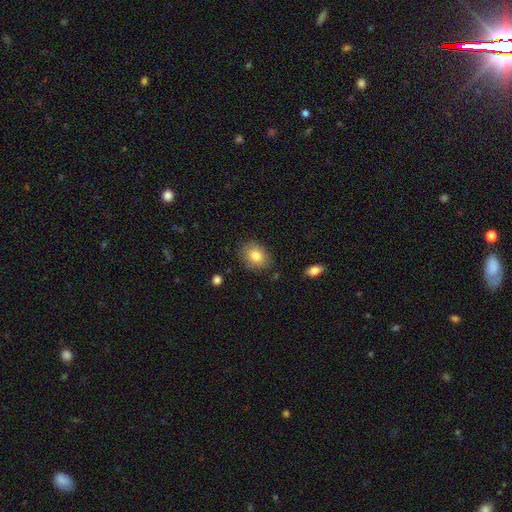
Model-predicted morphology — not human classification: type=smooth (82%); roundness=in between (58%); merging=none (83%).